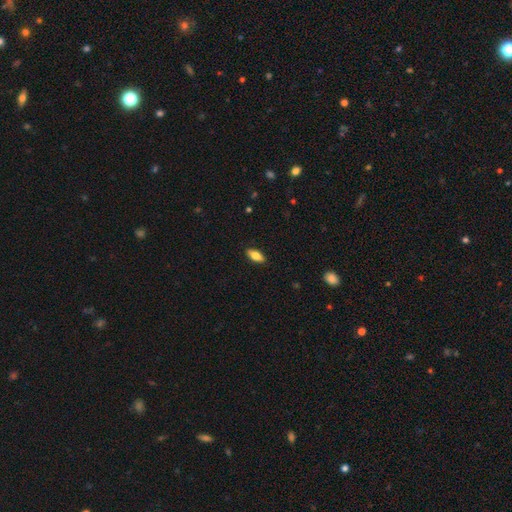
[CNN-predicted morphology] This appears to be a smooth galaxy with no disk features (77%) that is in between round and cigar-shaped (84%). Merging: none (89%).